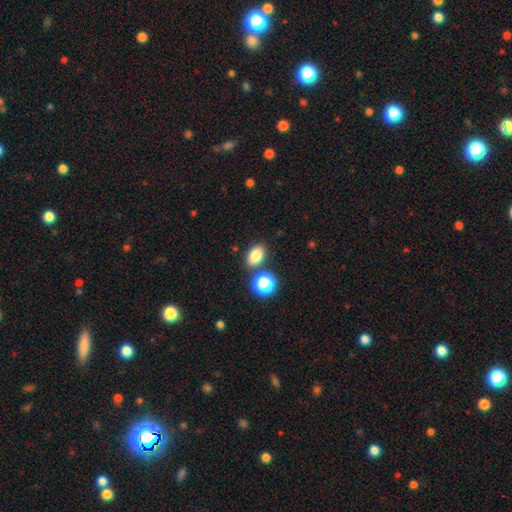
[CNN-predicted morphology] A smooth galaxy with no disk features (81%) that is in between round and cigar-shaped (78%). Merging: none (78%).